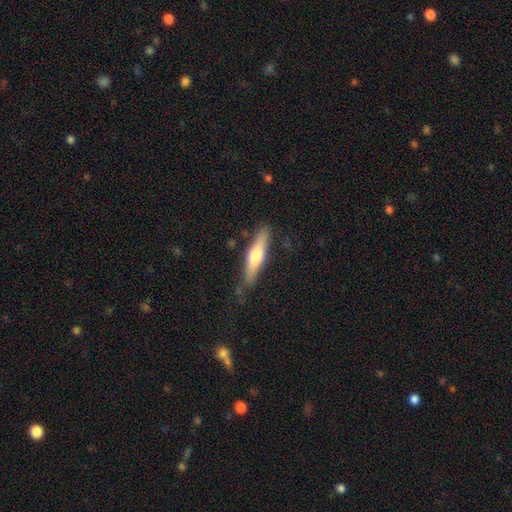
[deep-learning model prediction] The model was most divided on "smooth or featured": smooth: 51%, featured or disk: 44%, star or artifact: 5%. More confident: merging — none (79%); how rounded — cigar-shaped (76%).